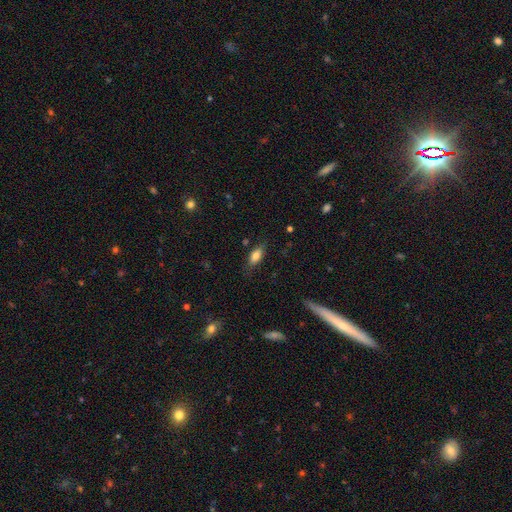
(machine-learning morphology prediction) Smooth or featured? Predicted: smooth (p=0.80). How rounded? Predicted: in between (p=0.82). Merging? Predicted: none (p=0.79).